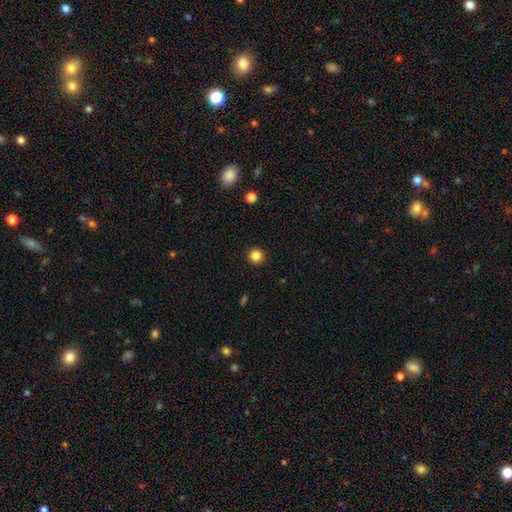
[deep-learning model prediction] Smooth or featured: smooth — 84% (star or artifact — 12%)
How rounded: round — 96% (in between — 3%)
Merging: none — 93% (minor disturbance — 4%)